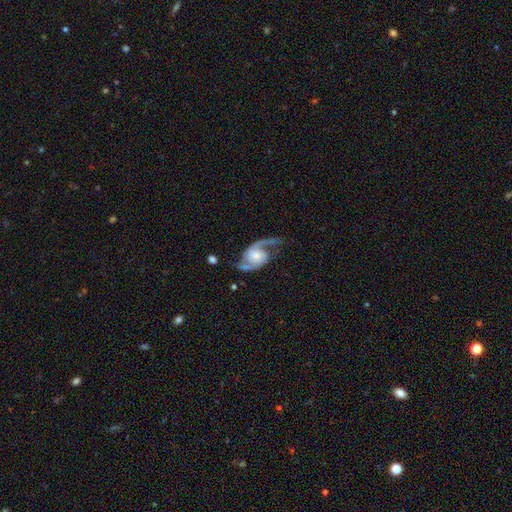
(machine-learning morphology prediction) Overall: featured or disk (90%). Edge-on disk: no (97%). Bar: no (61%; weak 30%). Spiral arms: yes (97%). Spiral arm count: 2 (92%). Spiral winding: medium (49%; loose 36%). Bulge size: small (40%, tied with moderate). Merging: none (68%).